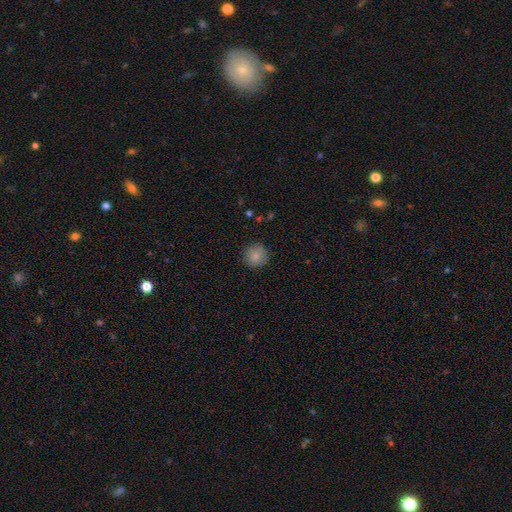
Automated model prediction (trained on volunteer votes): Smooth or featured: smooth — 85% (star or artifact — 9%)
How rounded: round — 94% (in between — 5%)
Merging: none — 89% (minor disturbance — 8%)